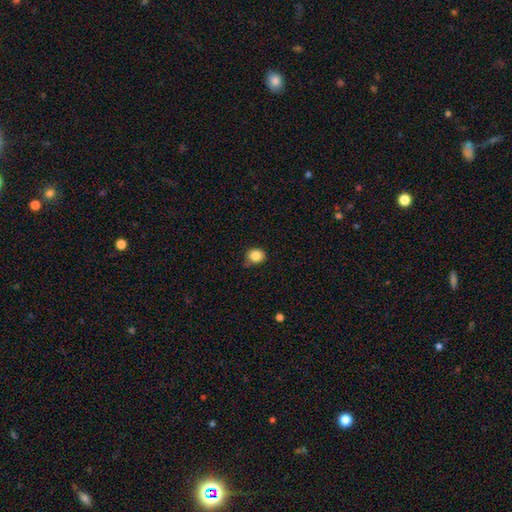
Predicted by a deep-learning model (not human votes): This appears to be a smooth galaxy with no disk features (85%) that is round (74%). Merging: none (72%).